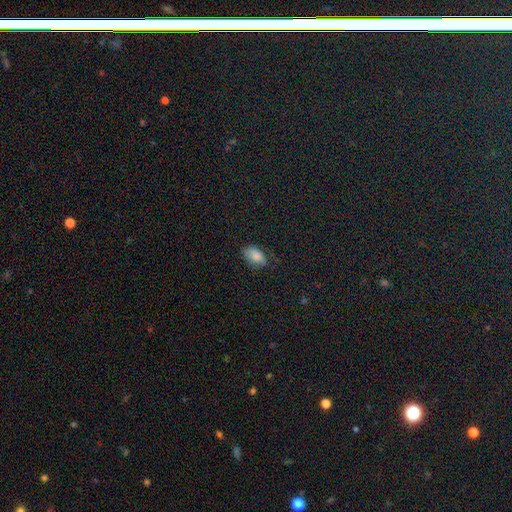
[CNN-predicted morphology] Smooth or featured? Predicted: smooth (p=0.82). How rounded? Predicted: in between (p=0.91). Merging? Predicted: none (p=0.65).